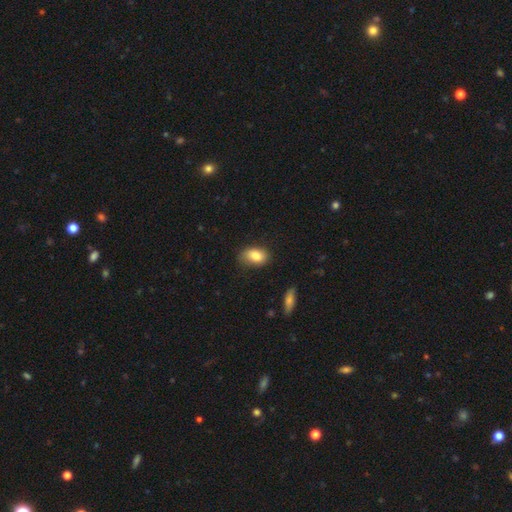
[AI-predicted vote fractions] Morphology: type=smooth (82%); roundness=in between (87%); merging=none (73%).